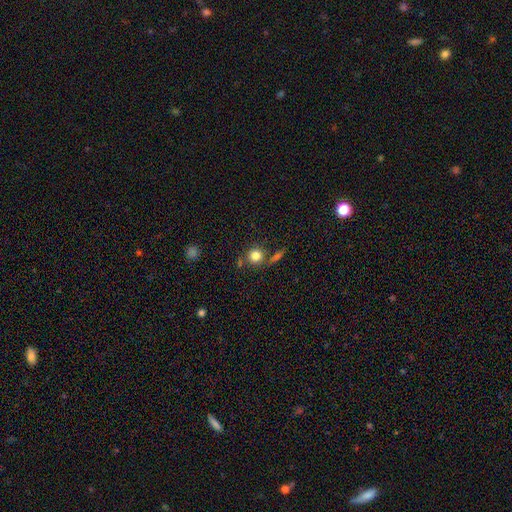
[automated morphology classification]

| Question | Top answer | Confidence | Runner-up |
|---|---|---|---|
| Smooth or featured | smooth | 81% | star or artifact (11%) |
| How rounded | round | 91% | in between (8%) |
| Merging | none | 71% | merger (15%) |